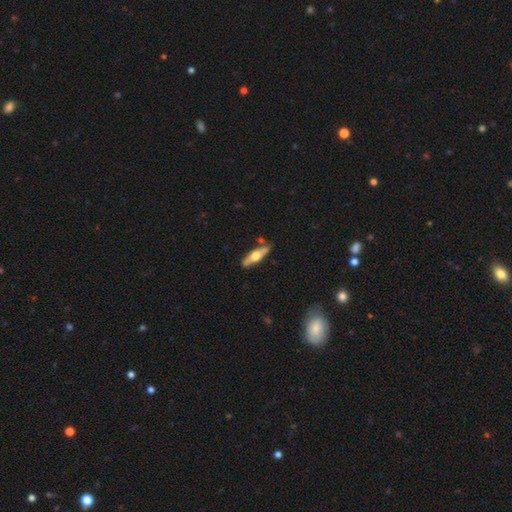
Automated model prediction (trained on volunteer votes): Smooth or featured: featured or disk — 55% (smooth — 40%)
Edge-on disk: yes — 88% (no — 12%)
Merging: none — 80% (minor disturbance — 13%)